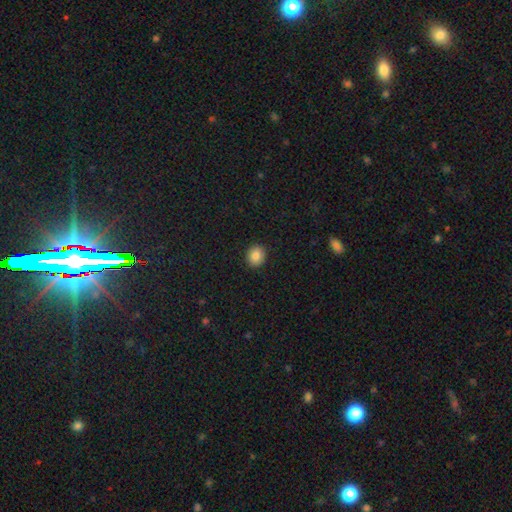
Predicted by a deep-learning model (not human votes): A smooth galaxy with no disk features (85%) that is round (76%). Merging: none (92%).